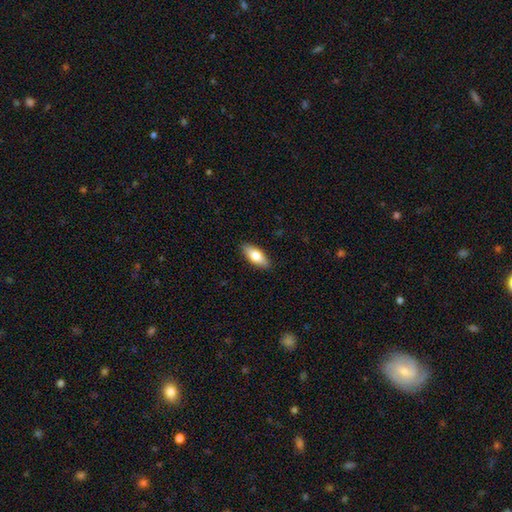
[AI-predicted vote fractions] This appears to be a smooth galaxy with no disk features (76%) that is in between round and cigar-shaped (80%). Merging: none (88%).